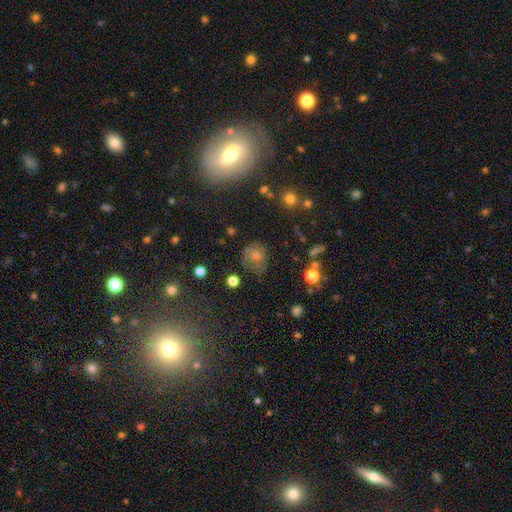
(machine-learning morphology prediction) The model was most divided on "smooth or featured": smooth: 53%, star or artifact: 26%, featured or disk: 21%. More confident: how rounded — round (71%); merging — none (67%).